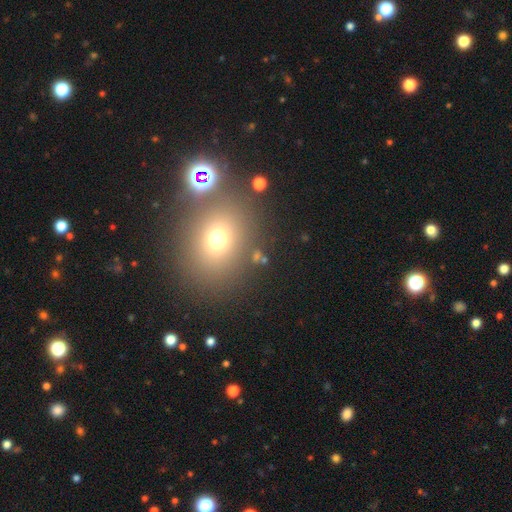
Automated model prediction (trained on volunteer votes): smooth-or-featured: smooth: 63% | star or artifact: 26% | featured or disk: 11%
  how-rounded: round: 62% | in between: 37% | cigar-shaped: 1%
  merging: none: 78% | minor disturbance: 9% | merger: 7% | major disturbance: 5%